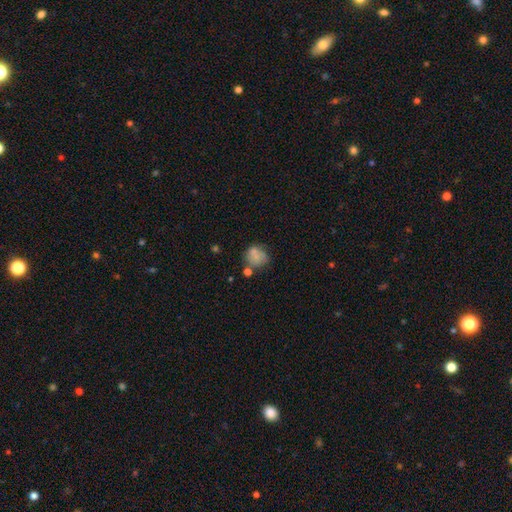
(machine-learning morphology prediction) A smooth galaxy with no disk features (68%) that is round (72%). Merging: none (46%).